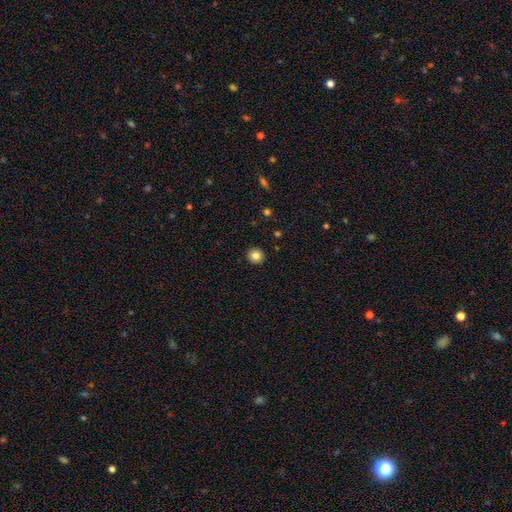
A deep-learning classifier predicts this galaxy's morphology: The model was most divided on "smooth or featured": smooth: 84%, star or artifact: 10%, featured or disk: 6%. More confident: merging — none (92%); how rounded — round (90%).